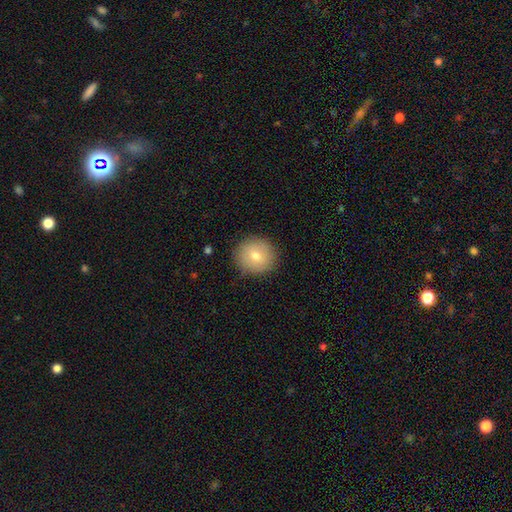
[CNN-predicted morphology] This appears to be a smooth galaxy with no disk features (73%) that is round (91%). Merging: none (88%).